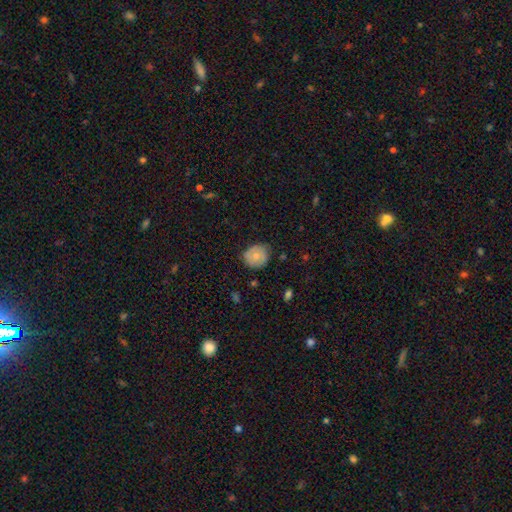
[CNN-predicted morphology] This is likely a smooth galaxy (66%). How rounded: likely round (78%). Merging: likely none (67%).